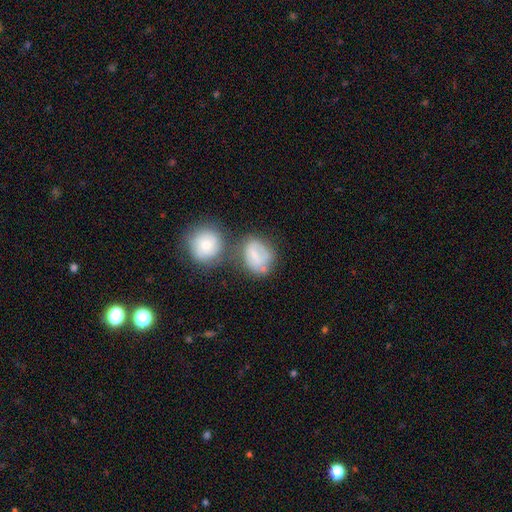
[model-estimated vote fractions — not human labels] A smooth galaxy with no disk features (59%) that is in between round and cigar-shaped (50%).

Vote fractions:
- Smooth or featured? smooth: 59% / featured or disk: 32% / star or artifact: 9%
- How rounded? in between: 50% / round: 49% / cigar-shaped: 2%
- Merging? none: 38% / merger: 26% / minor disturbance: 22% / major disturbance: 14%